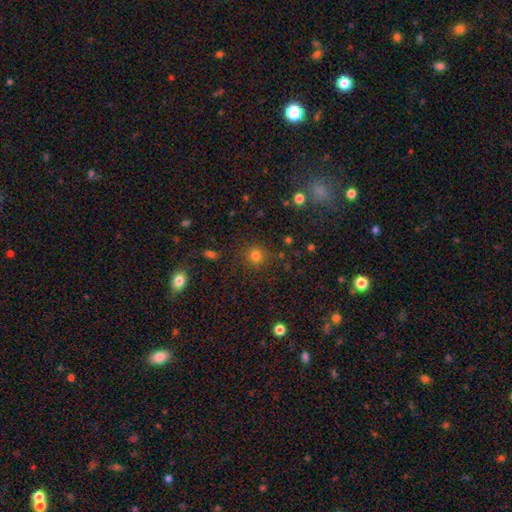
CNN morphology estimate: Smooth or featured: smooth — 78% (star or artifact — 16%)
How rounded: round — 90% (in between — 9%)
Merging: none — 84% (minor disturbance — 9%)